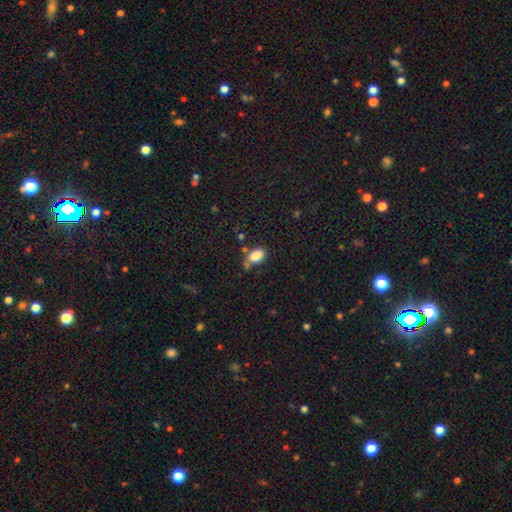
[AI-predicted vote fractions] This is clearly a smooth galaxy (85%). How rounded: clearly in between (83%). Merging: possibly none (54%).